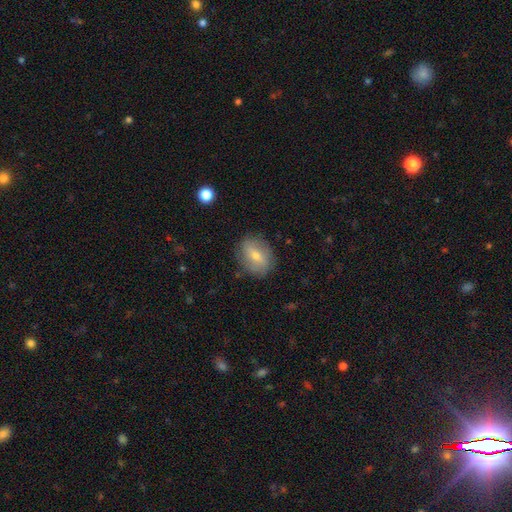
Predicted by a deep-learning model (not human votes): This is possibly a smooth galaxy (55%). How rounded: likely in between (62%). Merging: clearly none (83%).